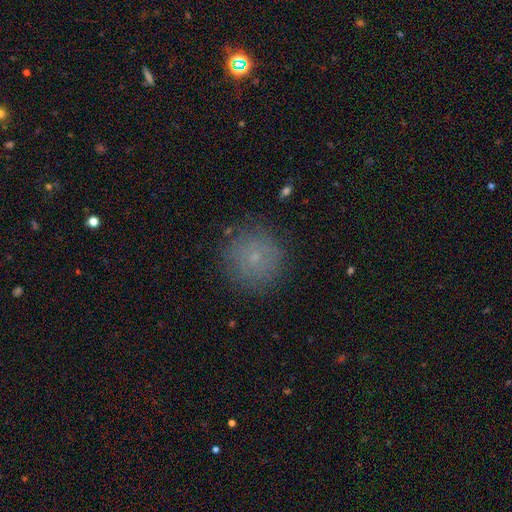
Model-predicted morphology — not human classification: The model was most divided on "smooth or featured": smooth: 69%, star or artifact: 20%, featured or disk: 11%. More confident: how rounded — round (95%); merging — none (87%).